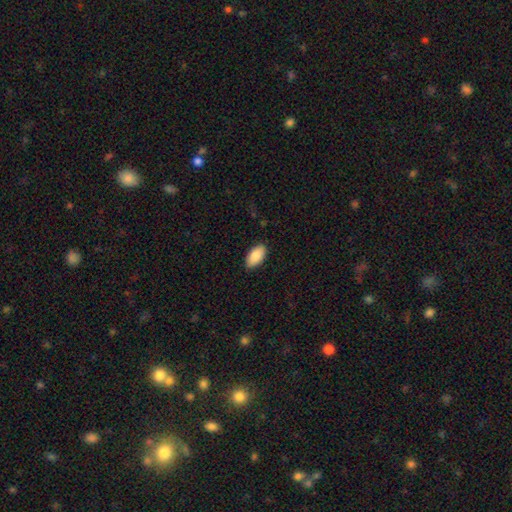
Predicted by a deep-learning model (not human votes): Overall: smooth (88%). How rounded: in between (95%). Merging: none (87%).